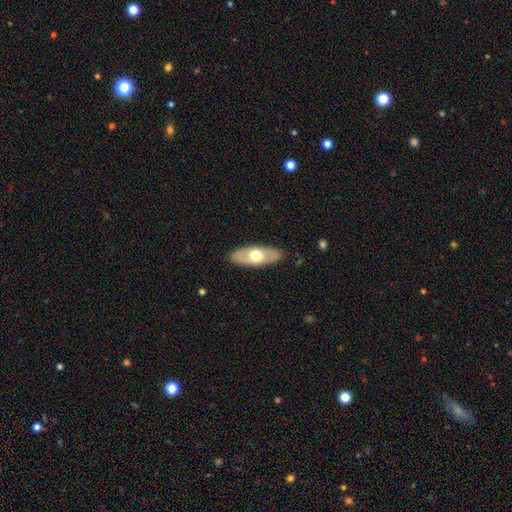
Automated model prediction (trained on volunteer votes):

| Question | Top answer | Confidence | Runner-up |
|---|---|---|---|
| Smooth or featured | smooth | 54% | featured or disk (41%) |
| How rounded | in between | 81% | cigar-shaped (16%) |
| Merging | none | 87% | minor disturbance (10%) |